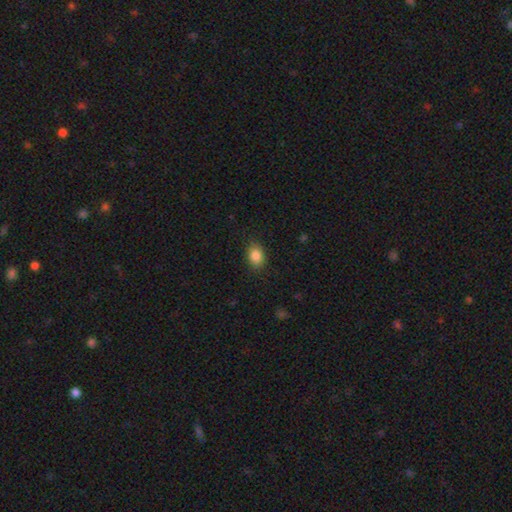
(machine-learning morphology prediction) The model was most divided on "how rounded": in between: 73%, round: 26%, cigar-shaped: 1%. More confident: smooth or featured — smooth (87%); merging — none (85%).